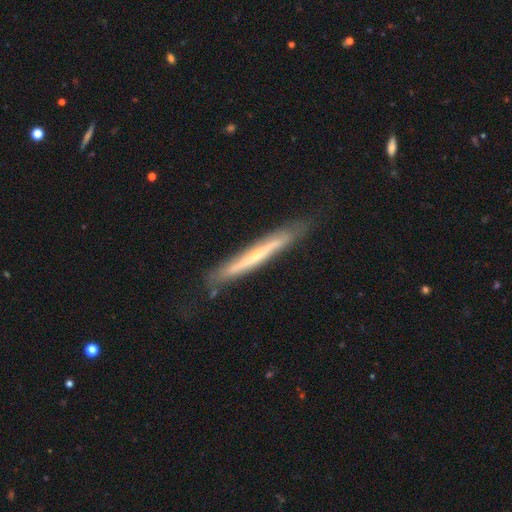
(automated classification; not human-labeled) featured or disk 69%, smooth 25%, star or artifact 6%. Down the decision tree: edge-on disk — yes (87%); edge-on bulge — rounded (60%); merging — none (77%).